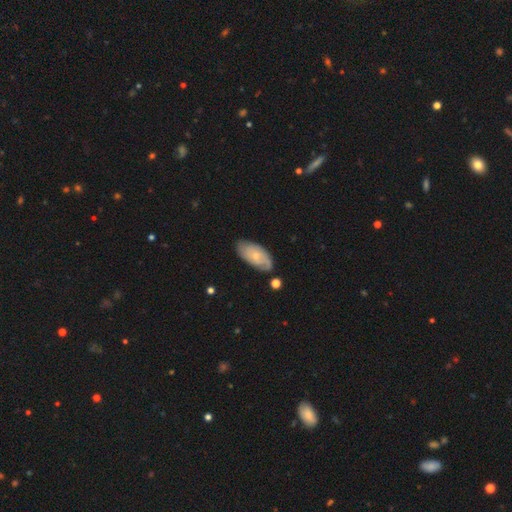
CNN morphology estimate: Smooth or featured?
  - smooth: 47% * (tied)
  - featured or disk: 47% * (tied)
  - star or artifact: 6%
Merging?
  - none: 71% *
  - minor disturbance: 21%
  - major disturbance: 4%
  - merger: 3%